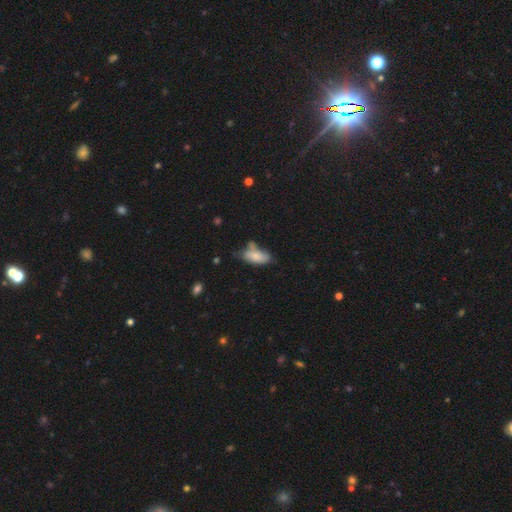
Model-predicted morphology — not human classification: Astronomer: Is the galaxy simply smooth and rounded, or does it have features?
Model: smooth — 75%.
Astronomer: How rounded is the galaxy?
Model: in between — 89%.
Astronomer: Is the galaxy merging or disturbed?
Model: none — 41% (runner-up: minor disturbance, 32%).